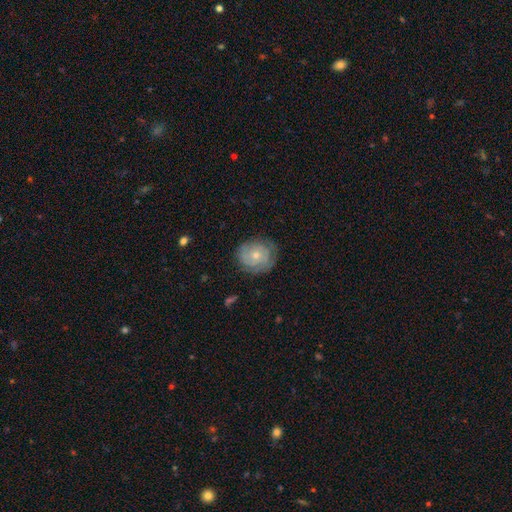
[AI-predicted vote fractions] smooth-or-featured: featured or disk: 55% | smooth: 37% | star or artifact: 7%
  disk-edge-on: no: 97% | yes: 3%
    bar: no: 84% | weak: 14% | strong: 2%
    has-spiral-arms: yes: 76% | no: 24%
    bulge-size: small: 59% | moderate: 37% | none: 2% | large: 2% | dominant: 1%
  merging: none: 73% | minor disturbance: 19% | major disturbance: 7% | merger: 1%